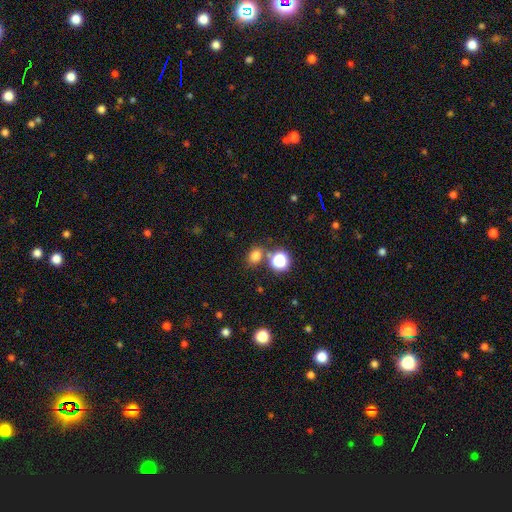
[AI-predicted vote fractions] A smooth galaxy with no disk features (75%) that is in between round and cigar-shaped (50%).

Vote fractions:
- Smooth or featured? smooth: 75% / star or artifact: 19% / featured or disk: 6%
- How rounded? in between: 50% / round: 49% / cigar-shaped: 1%
- Merging? none: 70% / merger: 16% / minor disturbance: 10% / major disturbance: 4%